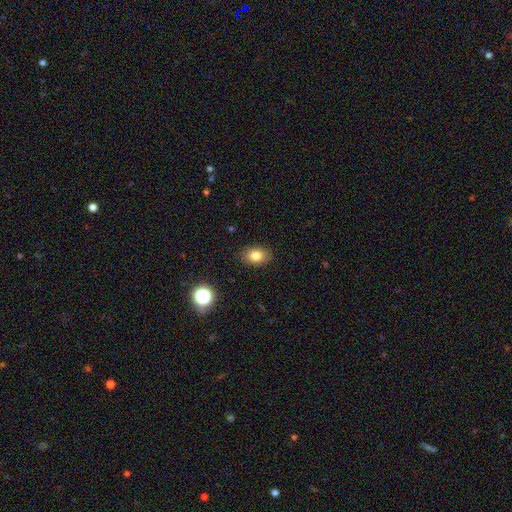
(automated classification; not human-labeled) Q: Smooth or featured?
A: smooth (81%); runner-up: star or artifact (11%)
Q: How rounded?
A: in between (77%); runner-up: round (22%)
Q: Merging?
A: none (88%); runner-up: minor disturbance (9%)